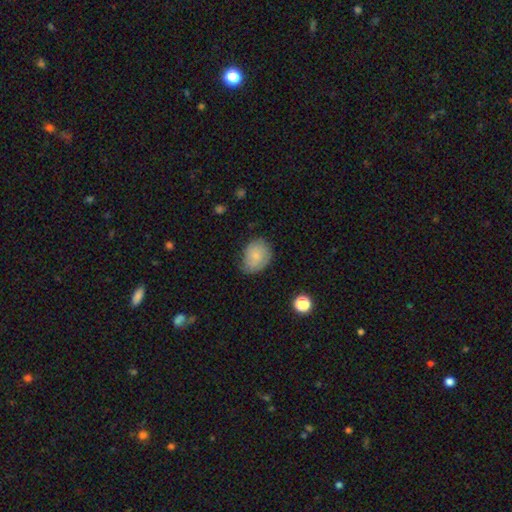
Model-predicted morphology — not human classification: Q: Smooth or featured?
A: smooth (68%); runner-up: featured or disk (24%)
Q: How rounded?
A: in between (61%); runner-up: round (38%)
Q: Merging?
A: none (59%); runner-up: minor disturbance (31%)